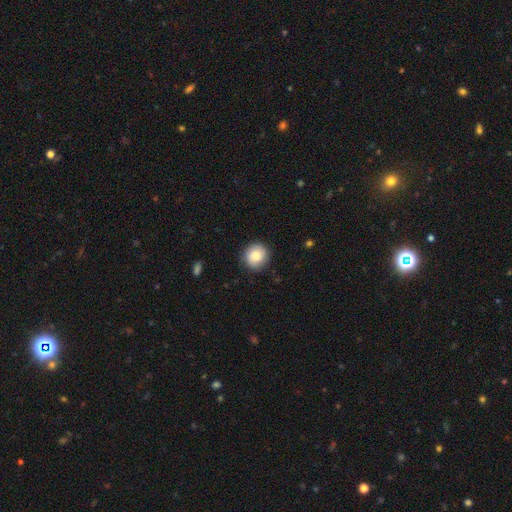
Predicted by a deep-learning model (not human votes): Smooth or featured?
  - smooth: 82% *
  - featured or disk: 11%
  - star or artifact: 7%
How rounded?
  - round: 89% *
  - in between: 11%
  - cigar-shaped: 1%
Merging?
  - none: 86% *
  - minor disturbance: 10%
  - major disturbance: 2%
  - merger: 1%